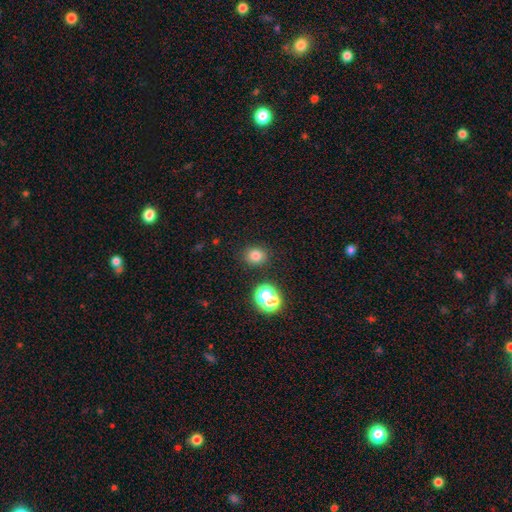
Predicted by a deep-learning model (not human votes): Smooth or featured? smooth (76%)
How rounded? round (70%)
Merging? none (84%)